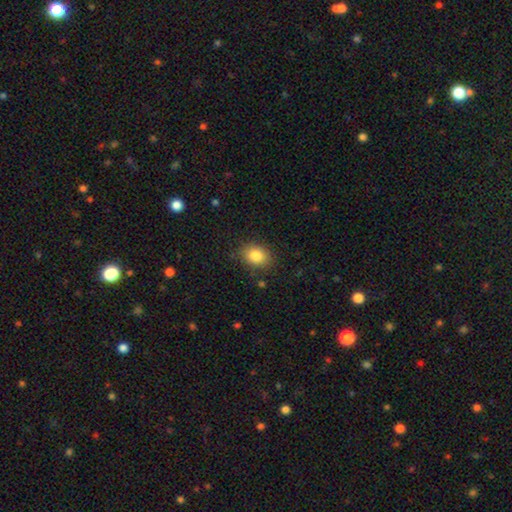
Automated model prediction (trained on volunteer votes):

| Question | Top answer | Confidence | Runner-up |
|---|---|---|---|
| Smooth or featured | smooth | 84% | star or artifact (9%) |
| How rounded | in between | 63% | round (36%) |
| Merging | none | 85% | minor disturbance (11%) |